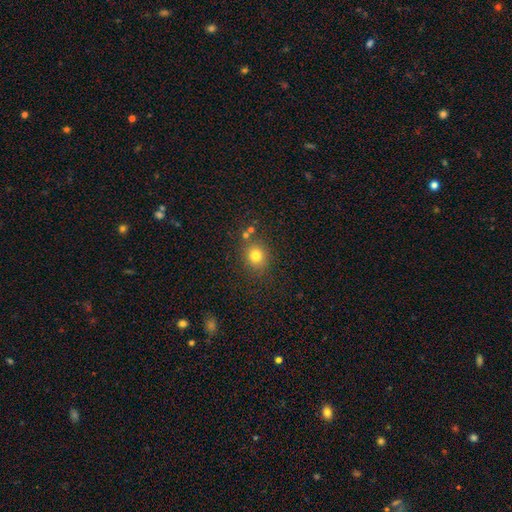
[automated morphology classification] smooth-or-featured: smooth: 78% | star or artifact: 14% | featured or disk: 8%
  how-rounded: round: 80% | in between: 19% | cigar-shaped: 1%
  merging: none: 79% | minor disturbance: 10% | merger: 7% | major disturbance: 4%